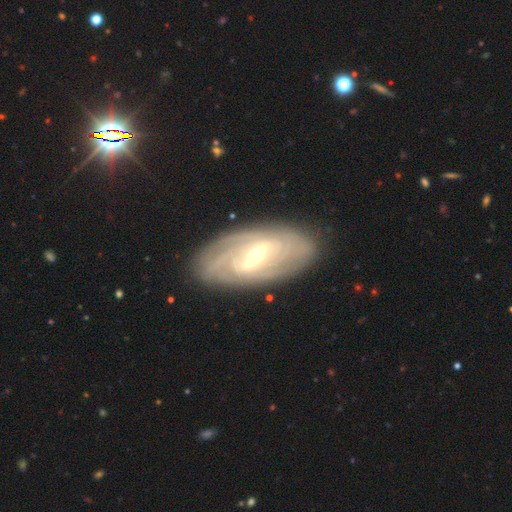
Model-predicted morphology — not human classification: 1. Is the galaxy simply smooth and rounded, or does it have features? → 84% featured or disk, 11% smooth, 6% star or artifact.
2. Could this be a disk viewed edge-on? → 92% no, 8% yes.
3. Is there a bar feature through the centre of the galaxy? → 53% strong, 36% weak, 11% no.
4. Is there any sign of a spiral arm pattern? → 88% yes, 12% no.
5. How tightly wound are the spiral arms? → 65% tight, 26% medium, 9% loose.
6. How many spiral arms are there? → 44% can't tell, 27% 2, 11% 3, 8% 4, 5% more than 4, 4% 1.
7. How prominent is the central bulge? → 57% small, 39% moderate, 2% large, 1% none, 1% dominant.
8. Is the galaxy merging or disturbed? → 82% none, 13% minor disturbance, 4% major disturbance, 1% merger.